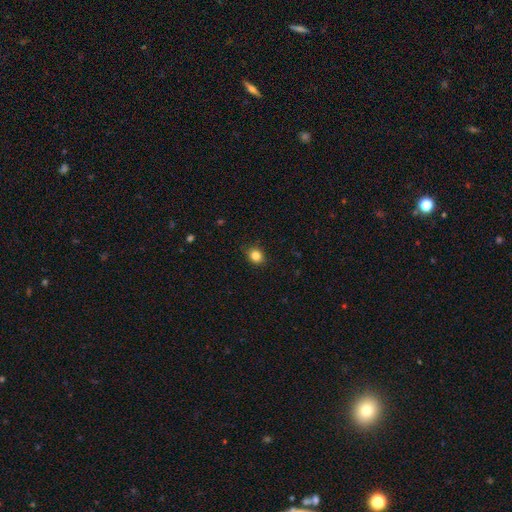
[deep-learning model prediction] Overall: smooth (84%). How rounded: round (65%; in between 34%). Merging: none (88%).